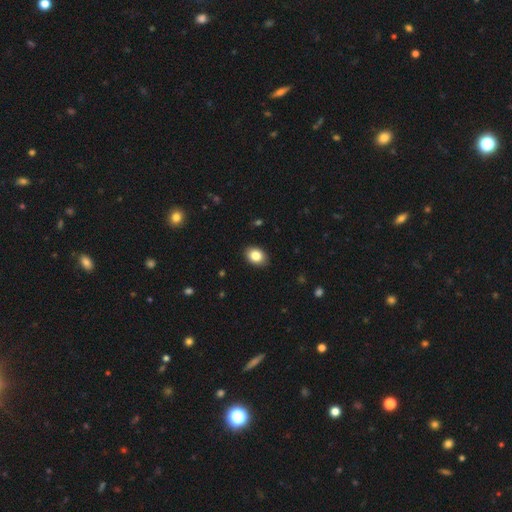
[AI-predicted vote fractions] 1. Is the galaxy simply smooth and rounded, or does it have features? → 85% smooth, 8% star or artifact, 7% featured or disk.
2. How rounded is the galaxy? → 72% in between, 27% round, 1% cigar-shaped.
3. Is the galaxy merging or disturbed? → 90% none, 8% minor disturbance, 2% major disturbance, 1% merger.